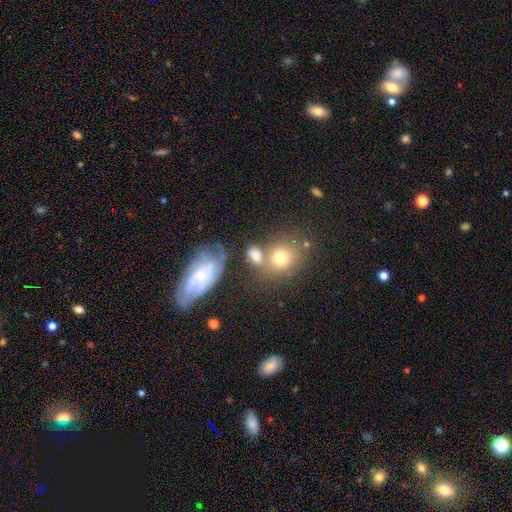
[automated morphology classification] This is likely a smooth galaxy (66%). How rounded: possibly in between (52%). Merging: marginally none (41%).